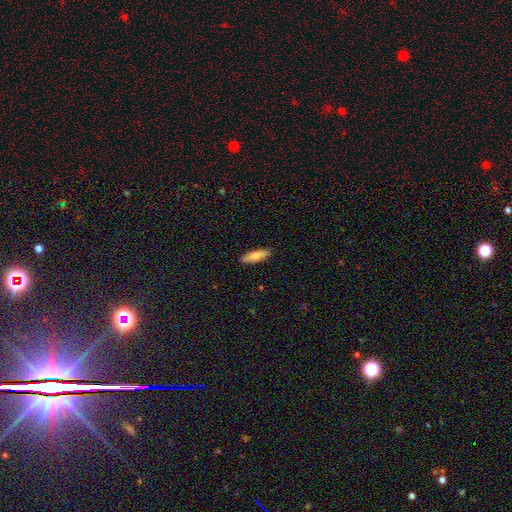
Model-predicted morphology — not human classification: Smooth or featured? Predicted: smooth (p=0.81). How rounded? Predicted: cigar-shaped (p=0.59). Merging? Predicted: none (p=0.89).